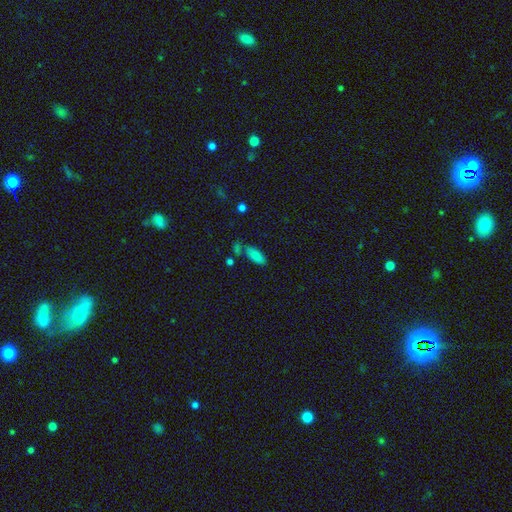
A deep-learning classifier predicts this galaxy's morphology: smooth_or_featured: smooth (p=0.82) [alt: star or artifact p=0.11]
how_rounded: in between (p=0.81) [alt: cigar-shaped p=0.16]
merging: none (p=0.60) [alt: minor disturbance p=0.17]